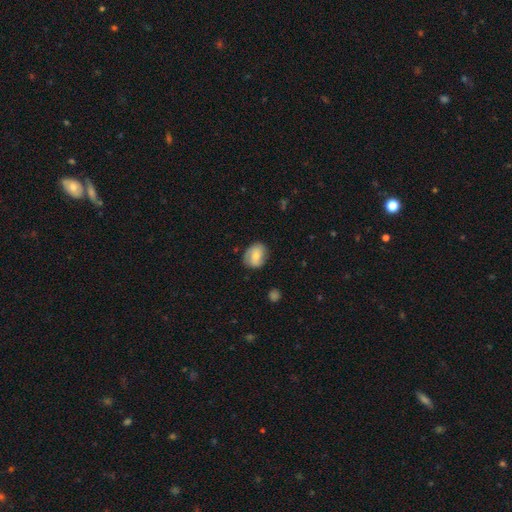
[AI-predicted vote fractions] Q: Smooth or featured?
A: smooth (57%); runner-up: featured or disk (36%)
Q: How rounded?
A: round (51%); runner-up: in between (48%)
Q: Merging?
A: none (75%); runner-up: minor disturbance (19%)